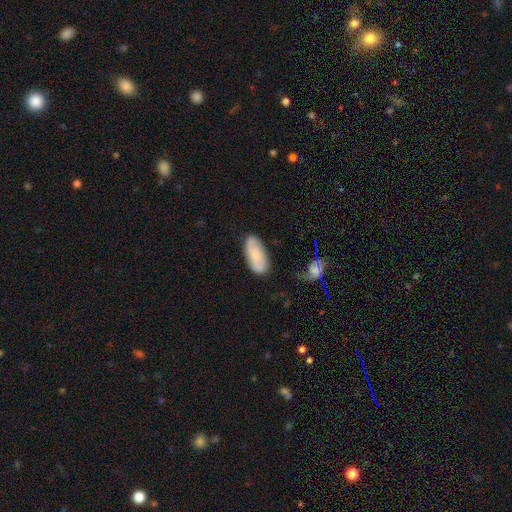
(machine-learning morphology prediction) The model was most divided on "smooth or featured": smooth: 66%, featured or disk: 27%, star or artifact: 7%. More confident: how rounded — in between (87%); merging — none (75%).